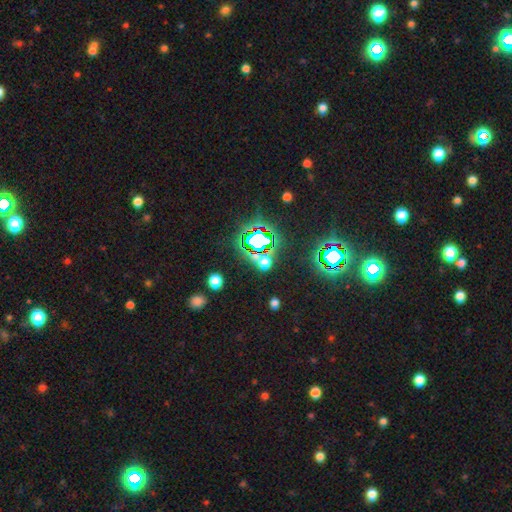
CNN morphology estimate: A star or artifact, not a galaxy (65%).